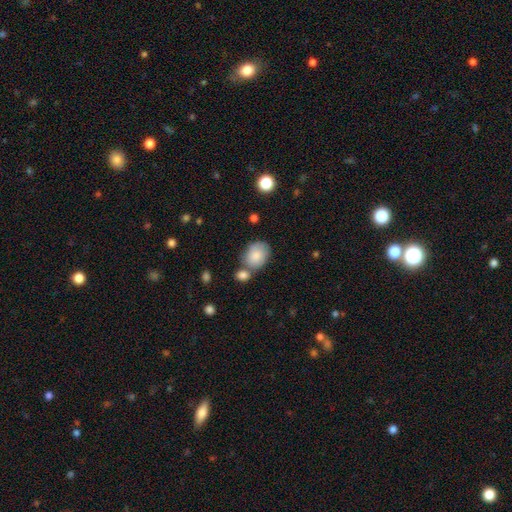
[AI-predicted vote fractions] Smooth or featured?
  - smooth: 83% *
  - featured or disk: 10%
  - star or artifact: 7%
How rounded?
  - in between: 66% *
  - round: 33%
  - cigar-shaped: 1%
Merging?
  - none: 49% *
  - merger: 26%
  - minor disturbance: 18%
  - major disturbance: 6%